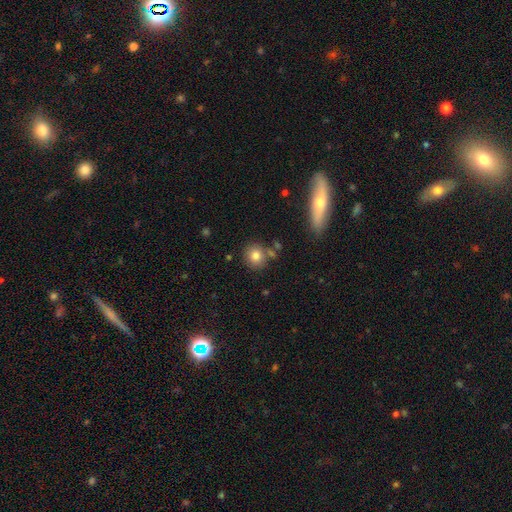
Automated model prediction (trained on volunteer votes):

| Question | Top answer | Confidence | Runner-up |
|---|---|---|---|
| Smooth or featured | smooth | 80% | star or artifact (11%) |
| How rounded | round | 87% | in between (12%) |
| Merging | none | 78% | minor disturbance (10%) |